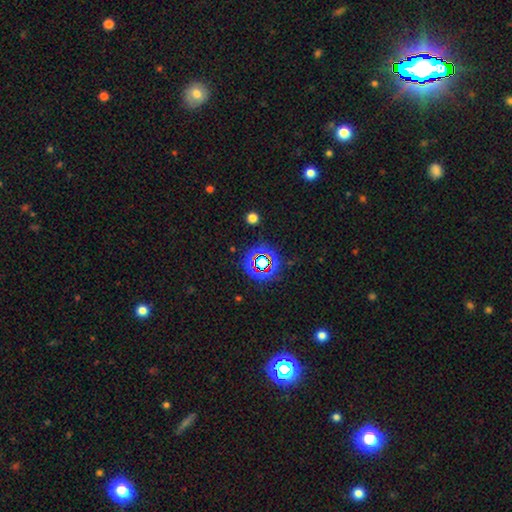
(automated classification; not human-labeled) Smooth or featured?
  - star or artifact: 71% *
  - smooth: 16%
  - featured or disk: 13%